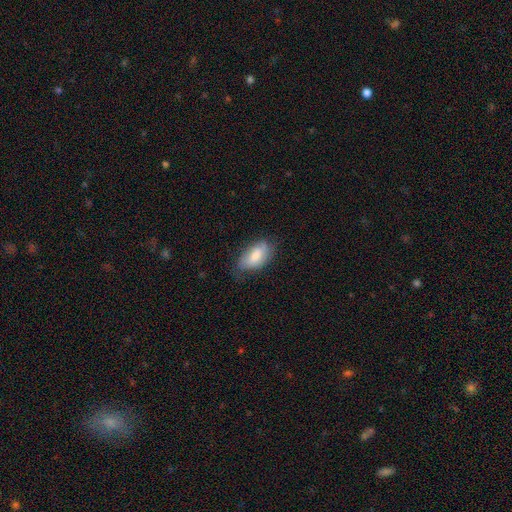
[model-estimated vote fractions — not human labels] Smooth or featured?
  - smooth: 73% *
  - featured or disk: 21%
  - star or artifact: 7%
How rounded?
  - in between: 93% *
  - cigar-shaped: 3%
  - round: 3%
Merging?
  - none: 58% *
  - minor disturbance: 32%
  - major disturbance: 9%
  - merger: 1%